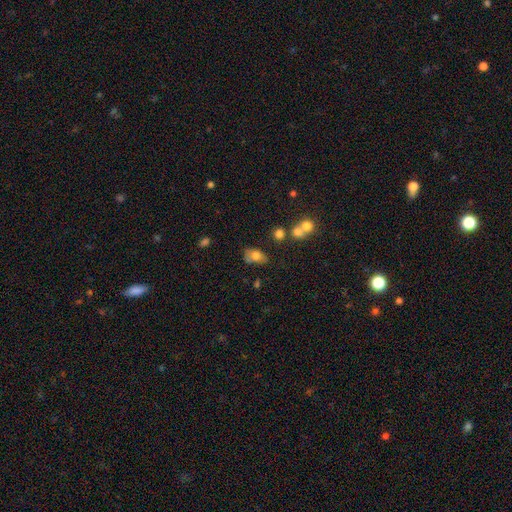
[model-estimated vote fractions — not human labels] A smooth galaxy with no disk features (73%) that is in between round and cigar-shaped (84%).

Vote fractions:
- Smooth or featured? smooth: 73% / featured or disk: 18% / star or artifact: 9%
- How rounded? in between: 84% / round: 14% / cigar-shaped: 2%
- Merging? none: 49% / minor disturbance: 30% / major disturbance: 11% / merger: 10%